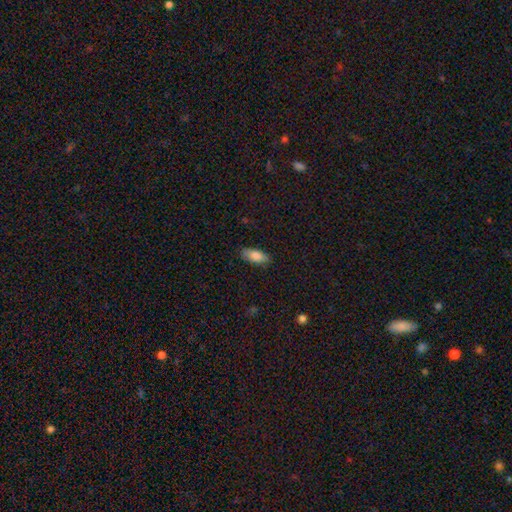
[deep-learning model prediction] smooth 83%, featured or disk 11%, star or artifact 7%. Down the decision tree: how rounded — in between (83%); merging — none (87%).